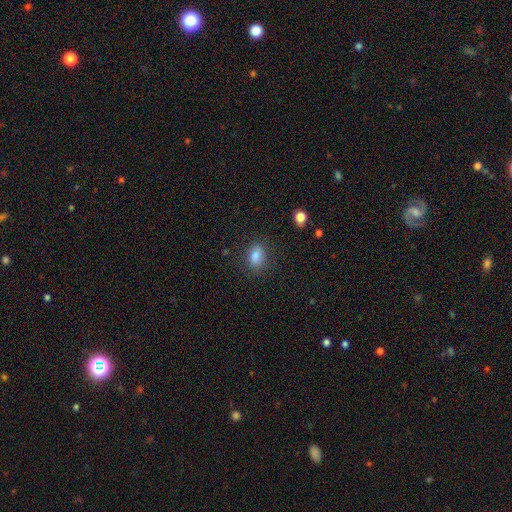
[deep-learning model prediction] A smooth galaxy with no disk features (82%) that is in between round and cigar-shaped (80%).

Vote fractions:
- Smooth or featured? smooth: 82% / star or artifact: 10% / featured or disk: 7%
- How rounded? in between: 80% / round: 16% / cigar-shaped: 4%
- Merging? none: 81% / minor disturbance: 13% / major disturbance: 4% / merger: 2%